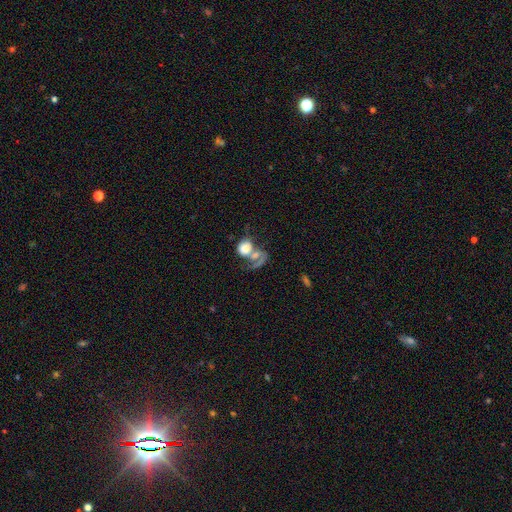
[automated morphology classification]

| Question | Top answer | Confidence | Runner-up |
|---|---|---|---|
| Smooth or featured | smooth | 50% | featured or disk (39%) |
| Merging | merger | 59% | major disturbance (18%) |